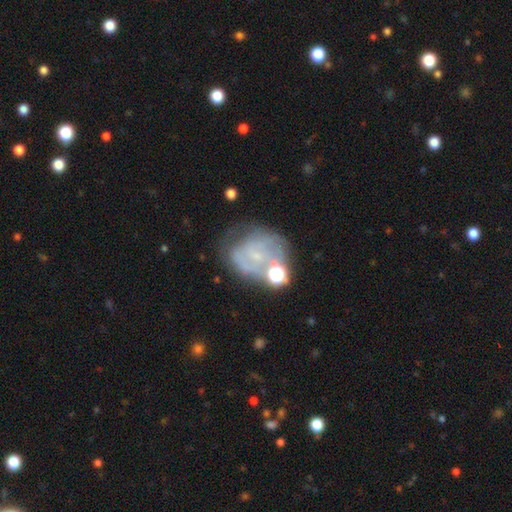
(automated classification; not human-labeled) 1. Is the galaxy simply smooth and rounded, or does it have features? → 58% featured or disk, 28% smooth, 14% star or artifact.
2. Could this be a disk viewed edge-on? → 97% no, 3% yes.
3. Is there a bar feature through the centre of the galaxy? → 70% no, 24% weak, 6% strong.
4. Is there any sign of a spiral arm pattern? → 62% yes, 38% no.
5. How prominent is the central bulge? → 57% small, 27% none, 13% moderate, 2% large, 1% dominant.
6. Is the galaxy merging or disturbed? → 45% none, 23% minor disturbance, 18% major disturbance, 14% merger.